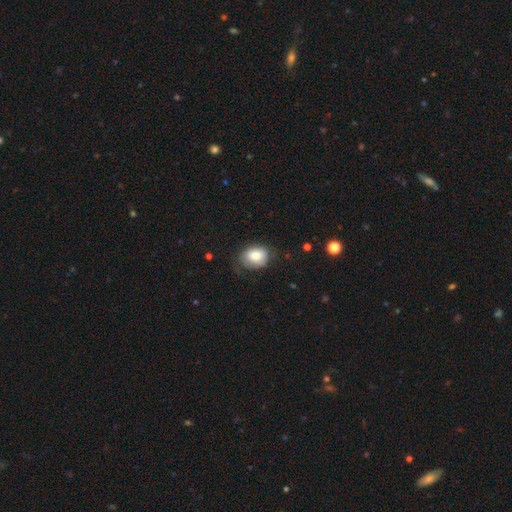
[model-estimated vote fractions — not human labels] Q: Smooth or featured?
A: smooth (80%); runner-up: featured or disk (12%)
Q: How rounded?
A: in between (66%); runner-up: round (33%)
Q: Merging?
A: none (64%); runner-up: minor disturbance (26%)